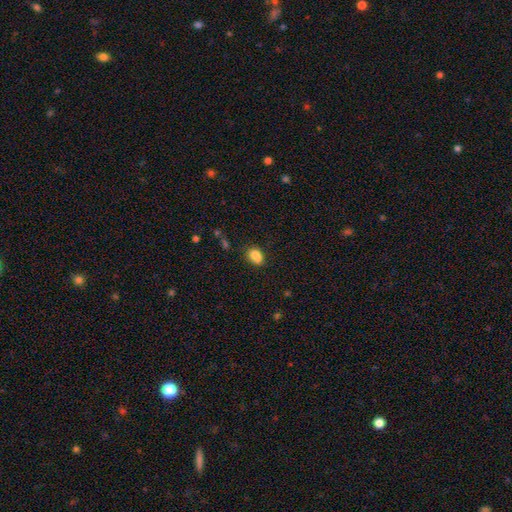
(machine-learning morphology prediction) The model was most divided on "merging": none: 75%, minor disturbance: 17%, major disturbance: 4%, merger: 3%. More confident: smooth or featured — smooth (86%); how rounded — in between (79%).